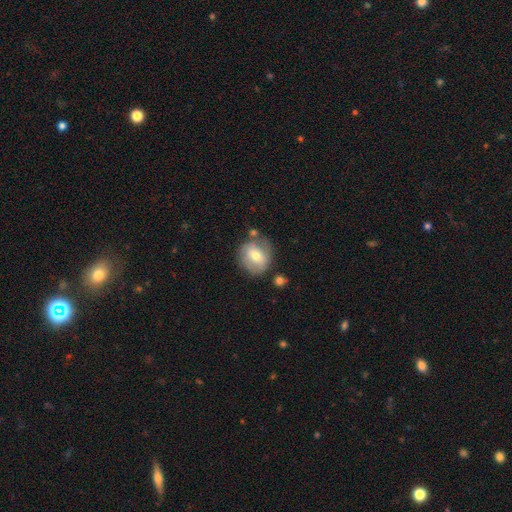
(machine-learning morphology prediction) smooth_or_featured: smooth (p=0.53) [alt: featured or disk p=0.39]
how_rounded: round (p=0.77) [alt: in between p=0.22]
merging: none (p=0.62) [alt: minor disturbance p=0.22]